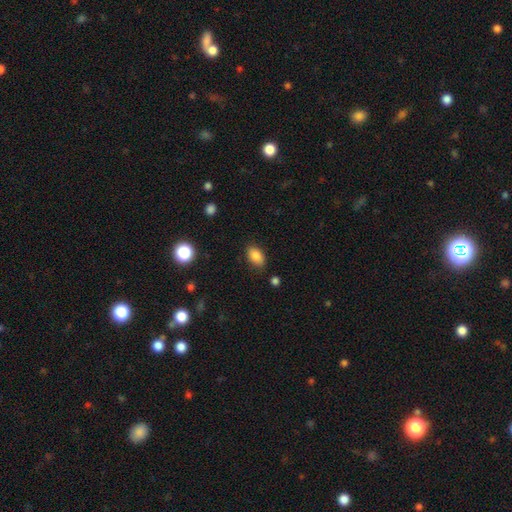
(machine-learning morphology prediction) Overall: smooth (86%). How rounded: in between (90%). Merging: none (82%).